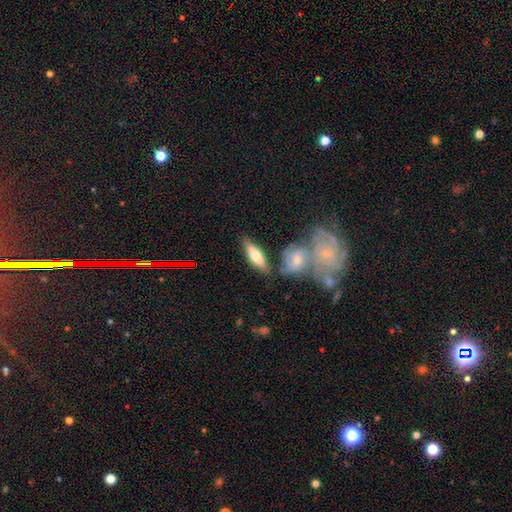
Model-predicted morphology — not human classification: The model was most divided on "how rounded": in between: 56%, cigar-shaped: 42%, round: 3%. More confident: merging — none (66%); smooth or featured — smooth (59%).